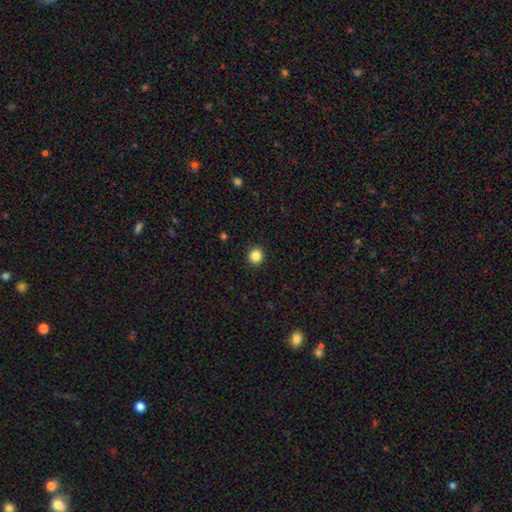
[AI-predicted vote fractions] smooth 86%, star or artifact 11%, featured or disk 3%. Down the decision tree: how rounded — round (90%); merging — none (92%).